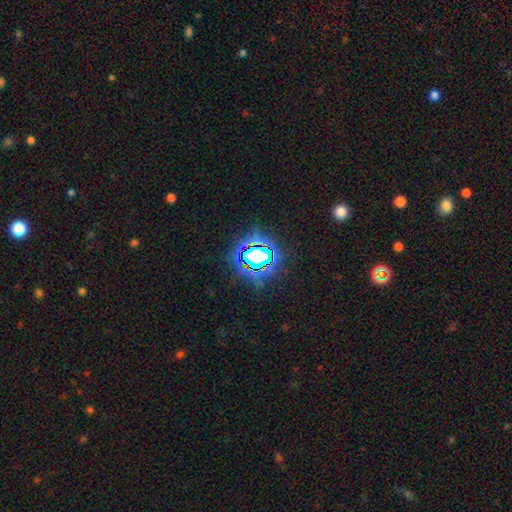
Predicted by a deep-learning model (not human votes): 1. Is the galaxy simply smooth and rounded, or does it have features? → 68% star or artifact, 19% smooth, 13% featured or disk.